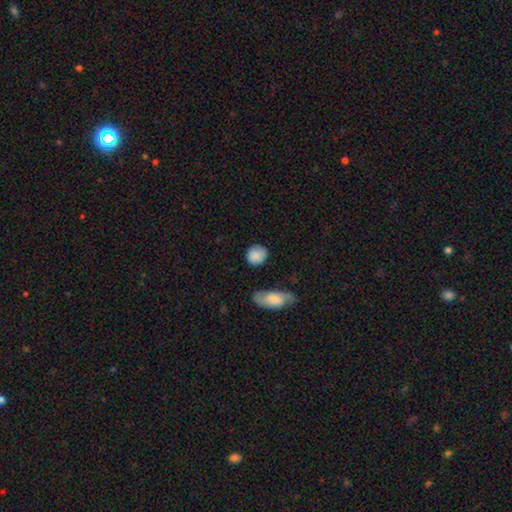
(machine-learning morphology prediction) A smooth galaxy with no disk features (84%) that is round (77%). Merging: none (74%).